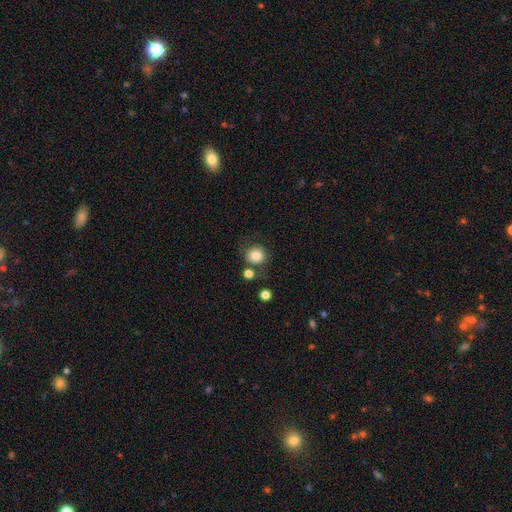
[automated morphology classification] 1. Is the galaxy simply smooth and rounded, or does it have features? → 82% smooth, 10% star or artifact, 8% featured or disk.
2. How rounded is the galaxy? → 90% round, 9% in between, 1% cigar-shaped.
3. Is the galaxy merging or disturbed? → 72% none, 13% minor disturbance, 10% merger, 5% major disturbance.